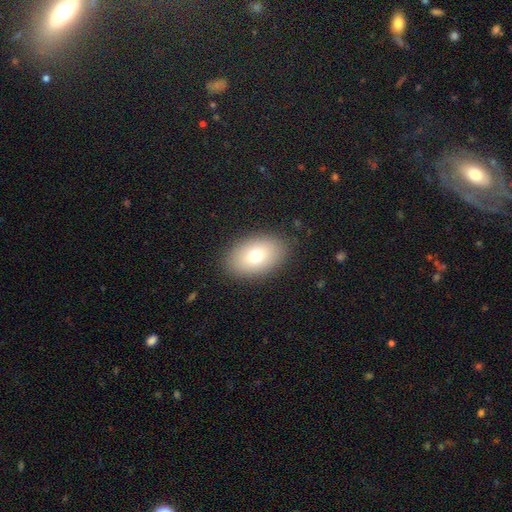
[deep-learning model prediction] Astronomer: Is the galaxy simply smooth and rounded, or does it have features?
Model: smooth — 74%.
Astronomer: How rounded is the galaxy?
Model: in between — 89%.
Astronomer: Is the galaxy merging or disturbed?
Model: none — 88%.